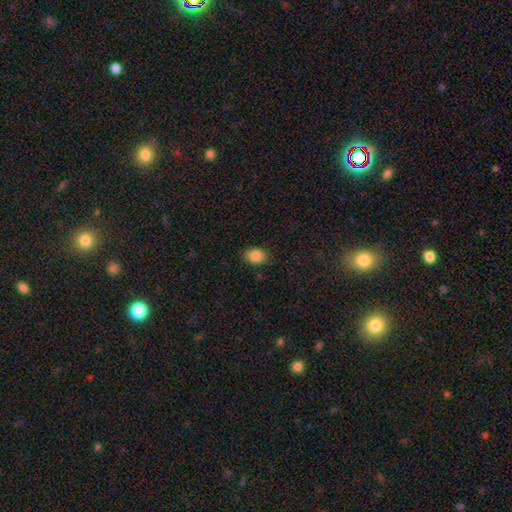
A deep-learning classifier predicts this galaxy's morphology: The model was most divided on "how rounded": in between: 70%, round: 29%, cigar-shaped: 1%. More confident: smooth or featured — smooth (86%); merging — none (83%).